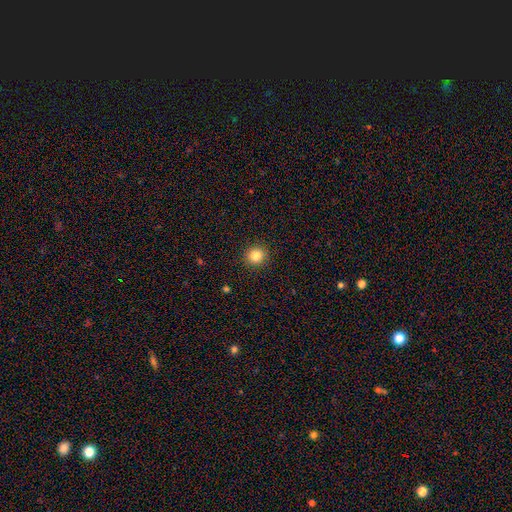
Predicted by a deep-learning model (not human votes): A smooth galaxy with no disk features (83%) that is round (89%).

Vote fractions:
- Smooth or featured? smooth: 83% / star or artifact: 11% / featured or disk: 6%
- How rounded? round: 89% / in between: 10% / cigar-shaped: 1%
- Merging? none: 92% / minor disturbance: 5% / major disturbance: 2% / merger: 1%